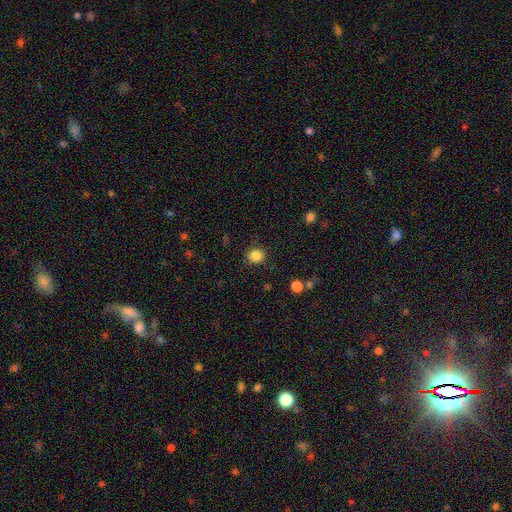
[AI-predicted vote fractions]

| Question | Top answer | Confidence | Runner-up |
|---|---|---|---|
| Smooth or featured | smooth | 86% | star or artifact (11%) |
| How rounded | round | 83% | in between (16%) |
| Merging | none | 87% | minor disturbance (9%) |